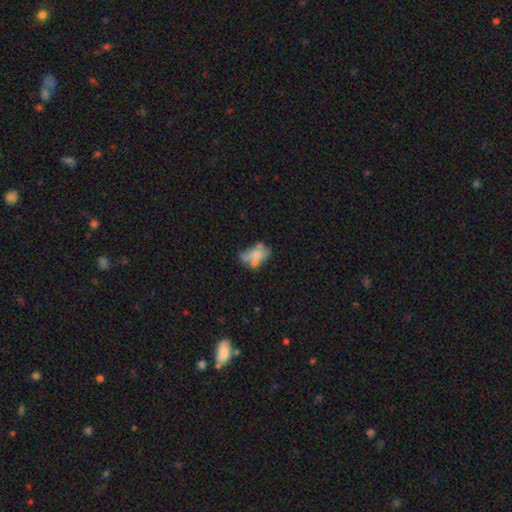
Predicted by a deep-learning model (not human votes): smooth_or_featured: smooth (p=0.50) [alt: featured or disk p=0.39]
how_rounded: in between (p=0.86) [alt: round p=0.11]
merging: none (p=0.33) [alt: merger p=0.27]